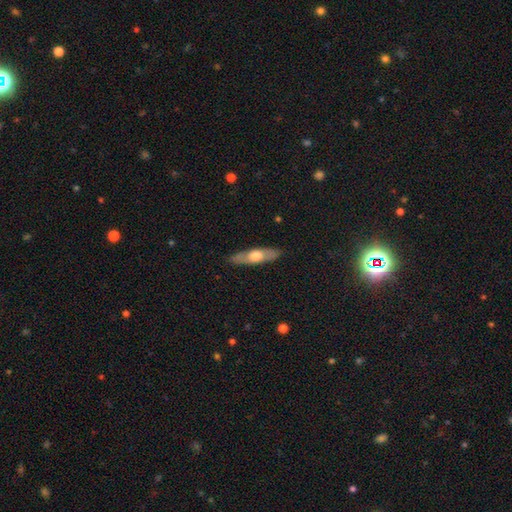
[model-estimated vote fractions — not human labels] smooth_or_featured: smooth (p=0.49) [alt: featured or disk p=0.46]
merging: none (p=0.86) [alt: minor disturbance p=0.11]